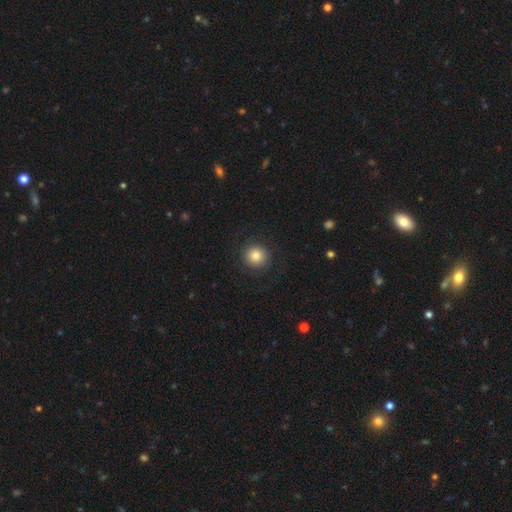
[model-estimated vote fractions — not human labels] A smooth galaxy with no disk features (81%) that is round (95%).

Vote fractions:
- Smooth or featured? smooth: 81% / star or artifact: 11% / featured or disk: 9%
- How rounded? round: 95% / in between: 4% / cigar-shaped: 1%
- Merging? none: 90% / minor disturbance: 6% / major disturbance: 3% / merger: 1%